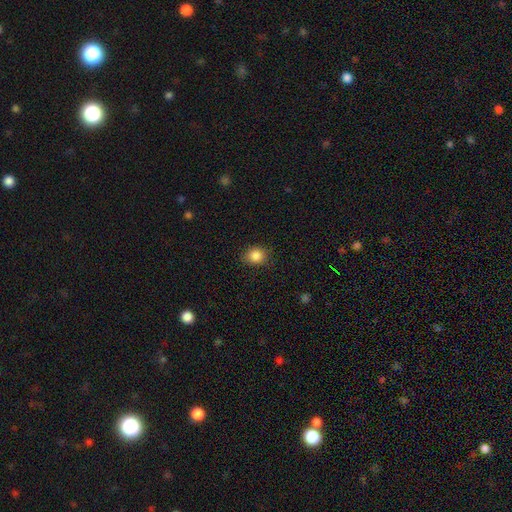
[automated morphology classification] smooth-or-featured: smooth: 86% | star or artifact: 10% | featured or disk: 4%
  how-rounded: round: 63% | in between: 36% | cigar-shaped: 1%
  merging: none: 83% | minor disturbance: 13% | major disturbance: 3% | merger: 1%